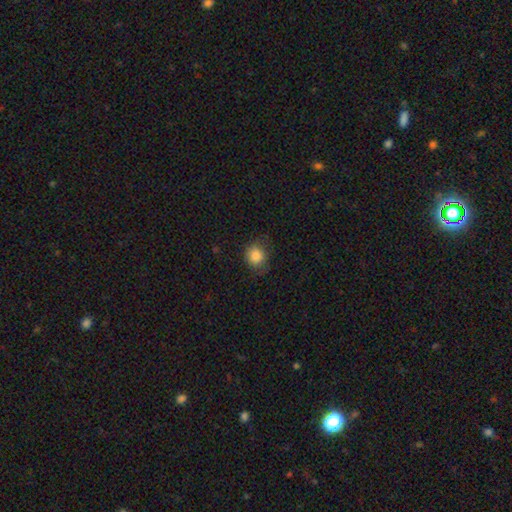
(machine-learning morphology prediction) A smooth galaxy with no disk features (85%) that is round (77%).

Vote fractions:
- Smooth or featured? smooth: 85% / star or artifact: 9% / featured or disk: 6%
- How rounded? round: 77% / in between: 22% / cigar-shaped: 1%
- Merging? none: 72% / minor disturbance: 20% / major disturbance: 6% / merger: 1%